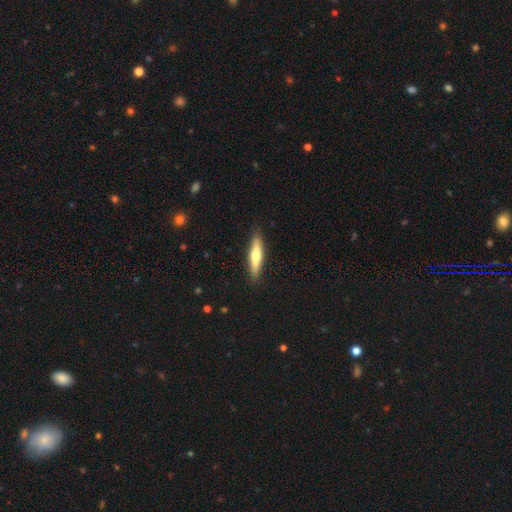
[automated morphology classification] smooth_or_featured: smooth (p=0.62) [alt: featured or disk p=0.32]
how_rounded: cigar-shaped (p=0.81) [alt: in between p=0.18]
merging: none (p=0.89) [alt: minor disturbance p=0.08]